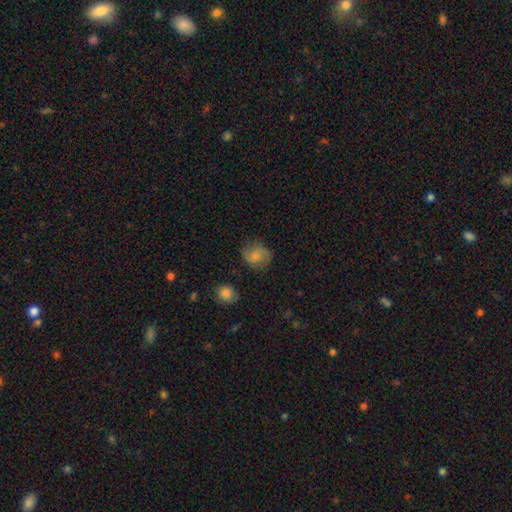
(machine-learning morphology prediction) This is likely a smooth galaxy (66%). How rounded: likely round (77%). Merging: likely none (72%).